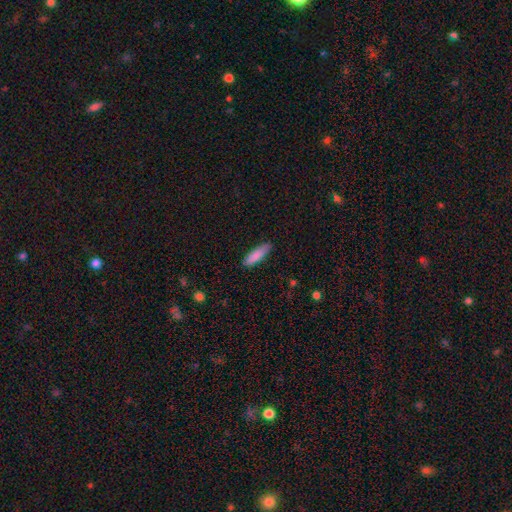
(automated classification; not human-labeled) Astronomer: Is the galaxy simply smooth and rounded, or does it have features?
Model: smooth — 87%.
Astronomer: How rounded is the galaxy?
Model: cigar-shaped — 66%.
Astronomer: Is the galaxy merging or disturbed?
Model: none — 86%.